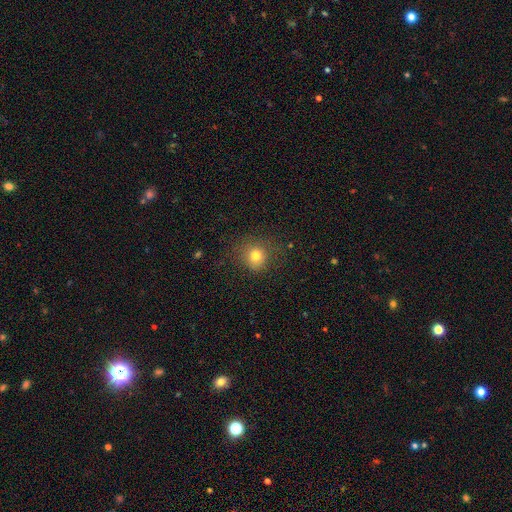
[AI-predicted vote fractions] Overall: smooth (76%). How rounded: round (84%). Merging: none (76%).